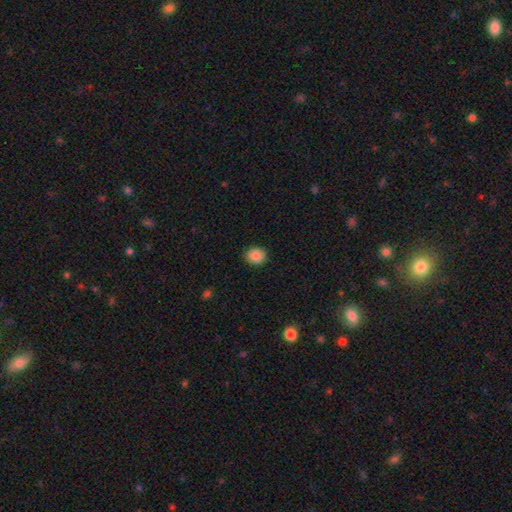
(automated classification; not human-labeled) Overall: smooth (87%). How rounded: round (73%). Merging: none (91%).